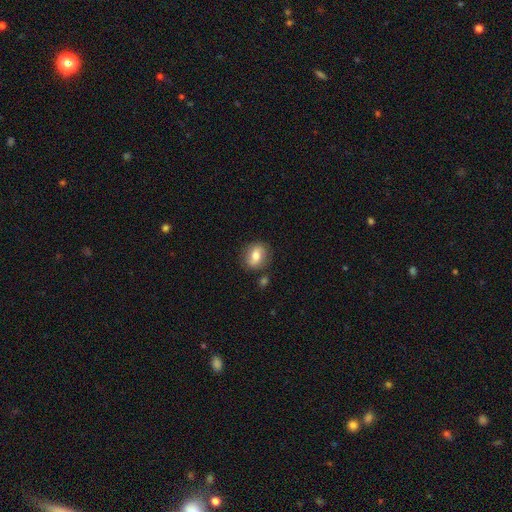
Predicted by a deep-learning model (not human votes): Morphology: type=smooth (70%); roundness=round (50%); merging=none (79%).